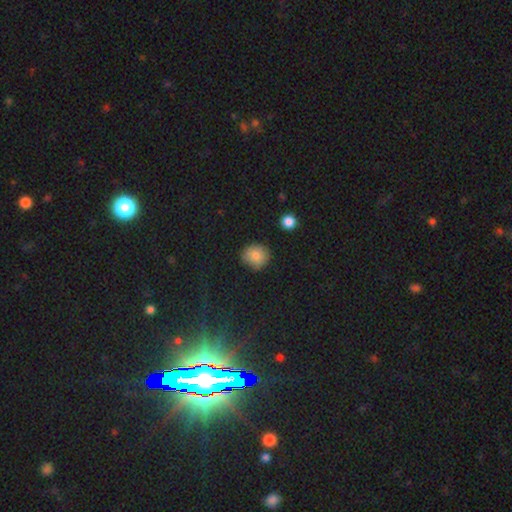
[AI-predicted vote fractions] smooth-or-featured: smooth: 83% | star or artifact: 10% | featured or disk: 7%
  how-rounded: round: 84% | in between: 15% | cigar-shaped: 1%
  merging: none: 78% | minor disturbance: 16% | major disturbance: 3% | merger: 2%